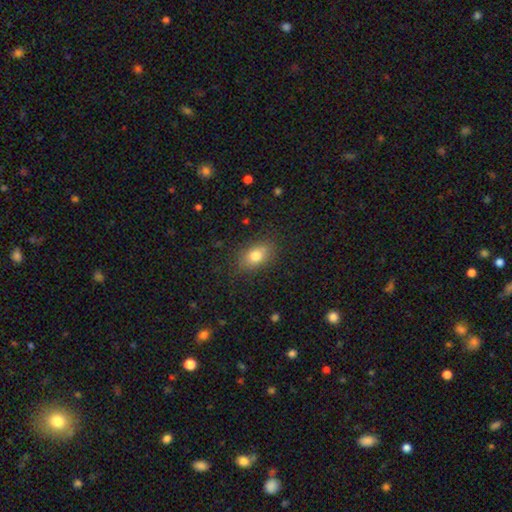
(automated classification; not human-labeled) Smooth or featured?
  - smooth: 80% *
  - featured or disk: 10%
  - star or artifact: 9%
How rounded?
  - in between: 80% *
  - round: 17%
  - cigar-shaped: 2%
Merging?
  - none: 83% *
  - minor disturbance: 12%
  - major disturbance: 4%
  - merger: 1%